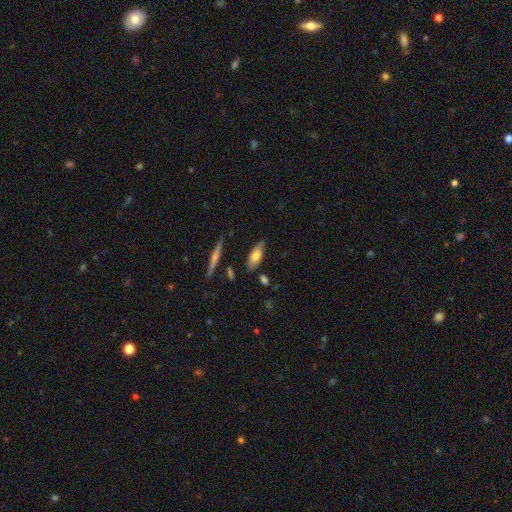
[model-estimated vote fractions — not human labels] smooth 67%, featured or disk 26%, star or artifact 7%. Down the decision tree: how rounded — in between (73%); merging — none (78%).